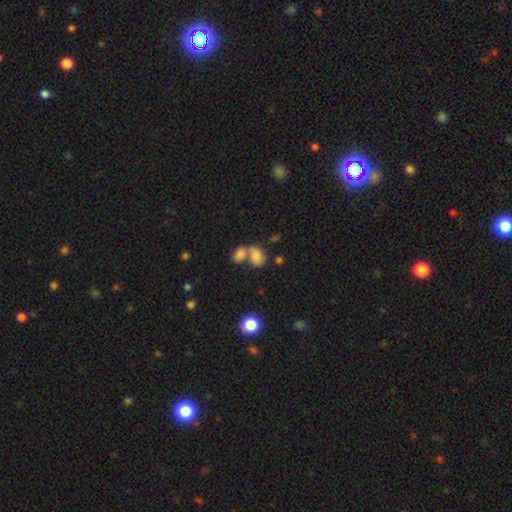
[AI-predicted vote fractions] This appears to be a smooth galaxy with no disk features (72%) that is in between round and cigar-shaped (69%). Merging: merger (62%).